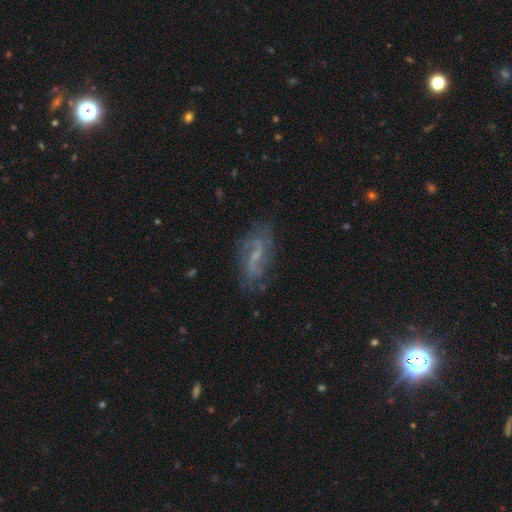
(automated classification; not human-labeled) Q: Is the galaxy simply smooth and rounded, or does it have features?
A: featured or disk — 73%.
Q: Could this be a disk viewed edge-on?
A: no — 91%.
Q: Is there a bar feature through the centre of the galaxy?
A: weak — 54%.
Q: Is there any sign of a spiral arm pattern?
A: yes — 88%.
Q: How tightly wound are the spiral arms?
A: loose — 45%.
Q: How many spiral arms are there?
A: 2 — 70%.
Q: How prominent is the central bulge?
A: small — 51%.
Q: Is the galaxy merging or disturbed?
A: none — 72%.